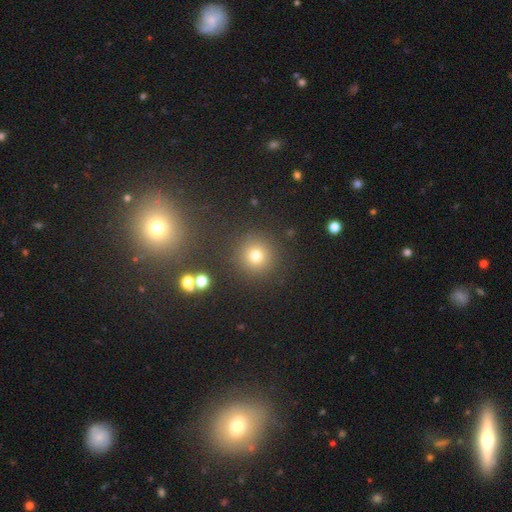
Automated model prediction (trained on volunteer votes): smooth_or_featured: smooth (p=0.73) [alt: star or artifact p=0.19]
how_rounded: round (p=0.95) [alt: in between p=0.04]
merging: none (p=0.87) [alt: minor disturbance p=0.06]